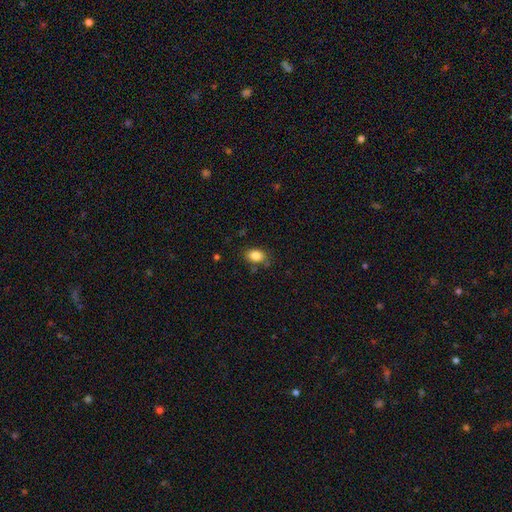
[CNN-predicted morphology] type=smooth (84%); roundness=in between (80%); merging=none (78%).